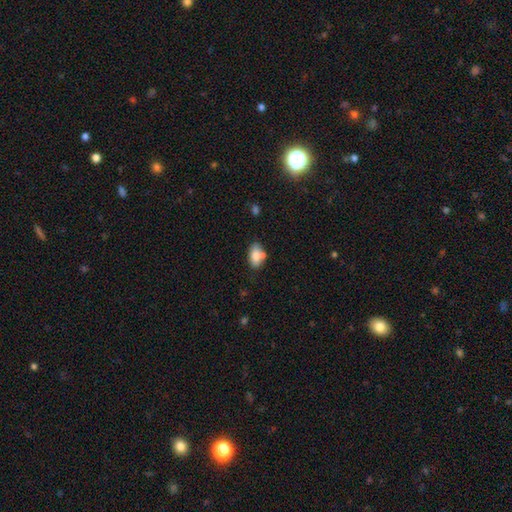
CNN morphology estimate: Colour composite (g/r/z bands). It shows a smooth galaxy with no disk features (80%) that is in between round and cigar-shaped (91%). Merging: none (59%).